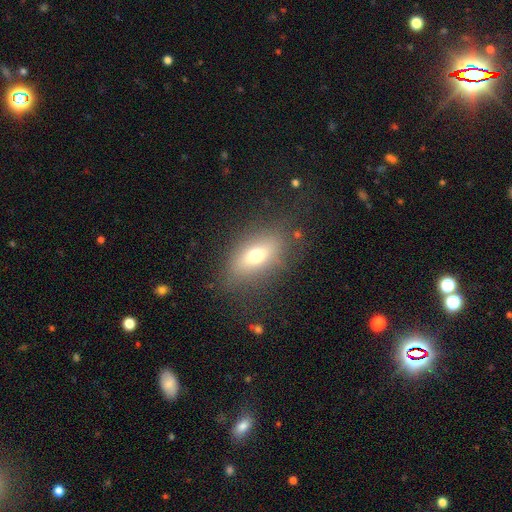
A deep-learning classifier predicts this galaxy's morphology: smooth-or-featured: smooth: 64% | featured or disk: 24% | star or artifact: 12%
  how-rounded: in between: 78% | round: 13% | cigar-shaped: 8%
  merging: none: 76% | minor disturbance: 14% | major disturbance: 8% | merger: 2%